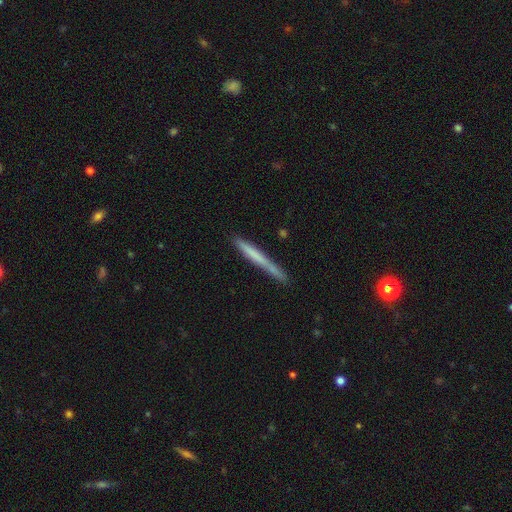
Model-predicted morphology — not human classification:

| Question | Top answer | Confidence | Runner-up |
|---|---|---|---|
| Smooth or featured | smooth | 59% | featured or disk (35%) |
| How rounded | cigar-shaped | 97% | in between (2%) |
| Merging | none | 80% | minor disturbance (15%) |